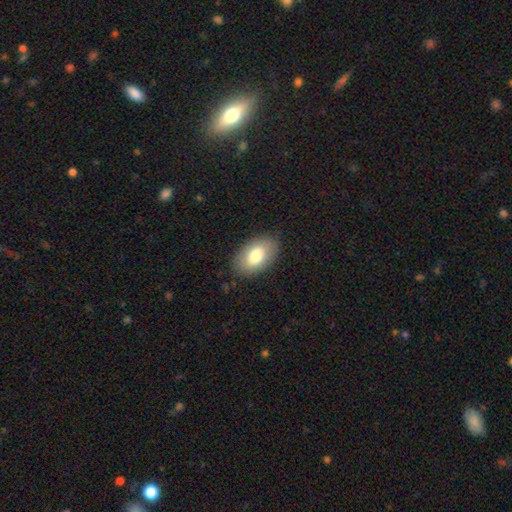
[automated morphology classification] Overall: smooth (78%). How rounded: in between (92%). Merging: none (84%).